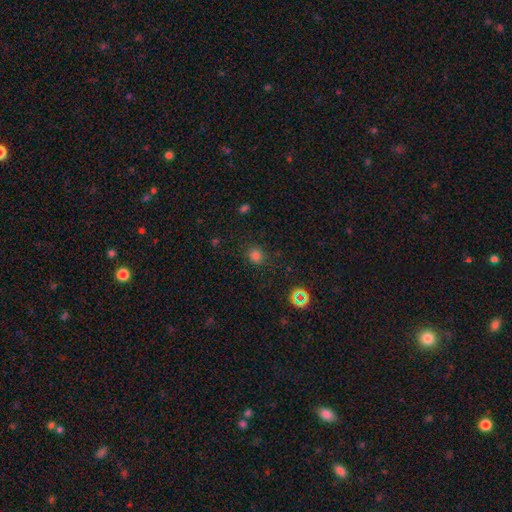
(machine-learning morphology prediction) smooth 75%, star or artifact 20%, featured or disk 6%. Down the decision tree: how rounded — round (79%); merging — none (82%).